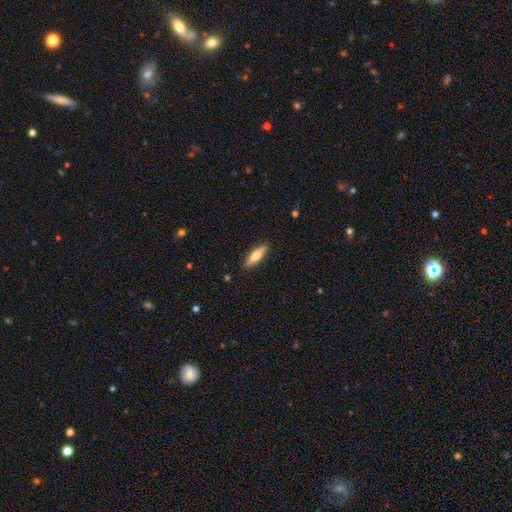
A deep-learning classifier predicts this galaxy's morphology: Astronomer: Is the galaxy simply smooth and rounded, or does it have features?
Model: smooth — 70%.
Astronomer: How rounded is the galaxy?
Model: cigar-shaped — 53% (runner-up: in between, 45%).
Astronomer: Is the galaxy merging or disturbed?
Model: none — 89%.